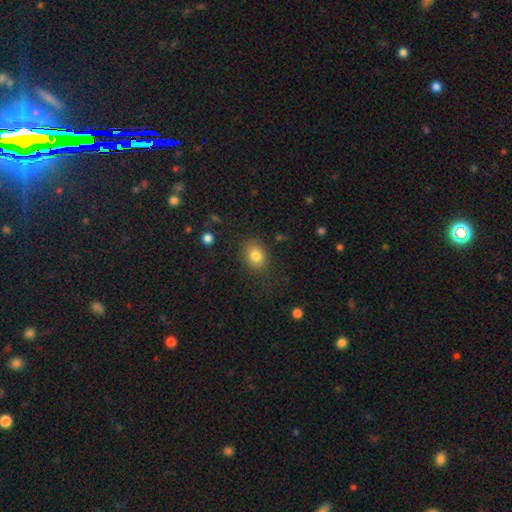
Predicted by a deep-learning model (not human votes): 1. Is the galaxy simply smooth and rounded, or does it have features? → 81% smooth, 10% star or artifact, 9% featured or disk.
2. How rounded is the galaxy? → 58% in between, 41% round, 1% cigar-shaped.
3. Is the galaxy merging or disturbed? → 83% none, 12% minor disturbance, 4% major disturbance, 2% merger.